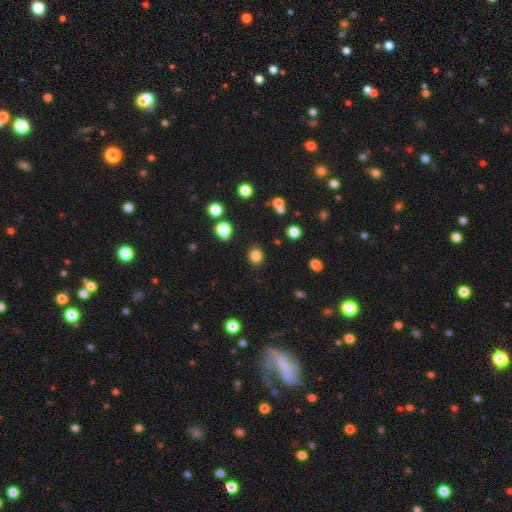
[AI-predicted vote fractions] The model was most divided on "how rounded": round: 76%, in between: 23%, cigar-shaped: 1%. More confident: merging — none (87%); smooth or featured — smooth (82%).